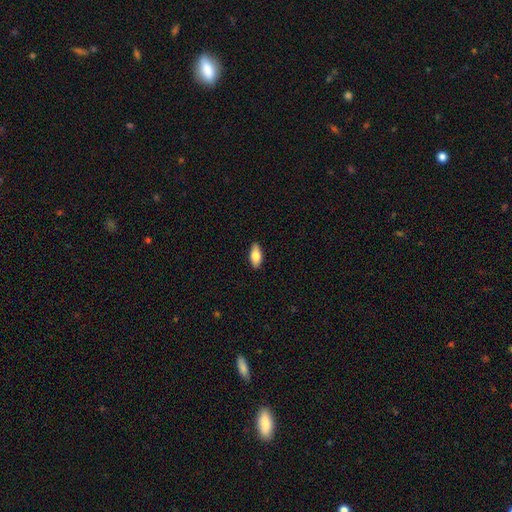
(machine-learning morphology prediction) Q: Smooth or featured?
A: smooth (78%); runner-up: featured or disk (16%)
Q: How rounded?
A: in between (85%); runner-up: cigar-shaped (12%)
Q: Merging?
A: none (89%); runner-up: minor disturbance (9%)